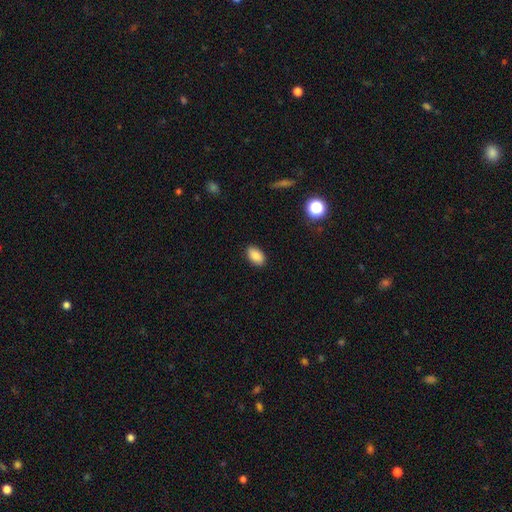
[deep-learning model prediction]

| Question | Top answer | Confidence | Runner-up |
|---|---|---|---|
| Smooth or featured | smooth | 87% | star or artifact (8%) |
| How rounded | in between | 92% | round (6%) |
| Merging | none | 88% | minor disturbance (9%) |